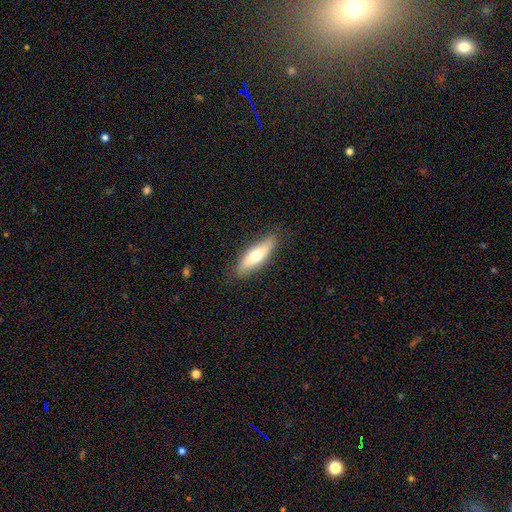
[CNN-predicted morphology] The model was most divided on "how rounded": cigar-shaped: 52%, in between: 46%, round: 2%. More confident: merging — none (84%); smooth or featured — smooth (59%).